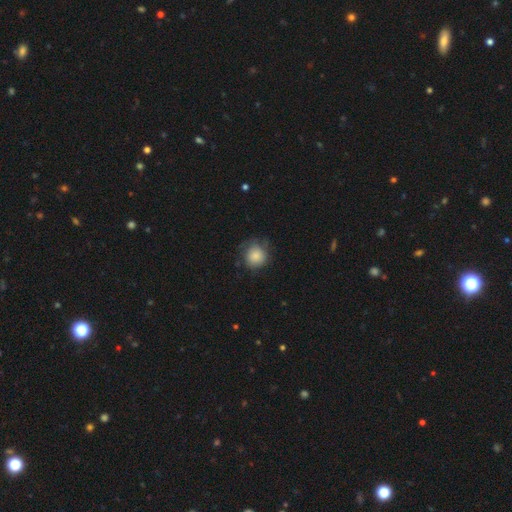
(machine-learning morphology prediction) smooth_or_featured: smooth (p=0.82) [alt: featured or disk p=0.10]
how_rounded: round (p=0.90) [alt: in between p=0.09]
merging: none (p=0.67) [alt: minor disturbance p=0.23]